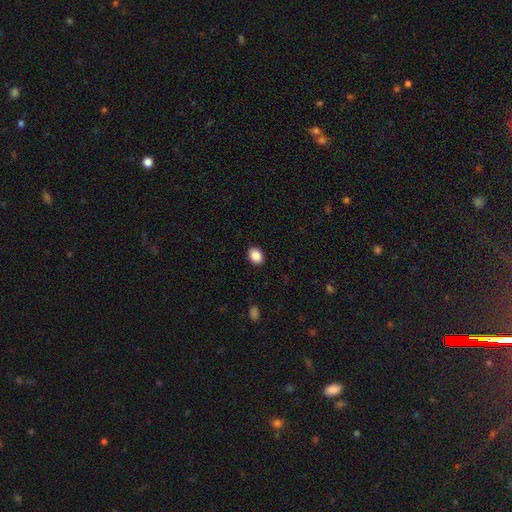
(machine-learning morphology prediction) The model was most divided on "how rounded": in between: 55%, round: 44%, cigar-shaped: 1%. More confident: merging — none (91%); smooth or featured — smooth (88%).